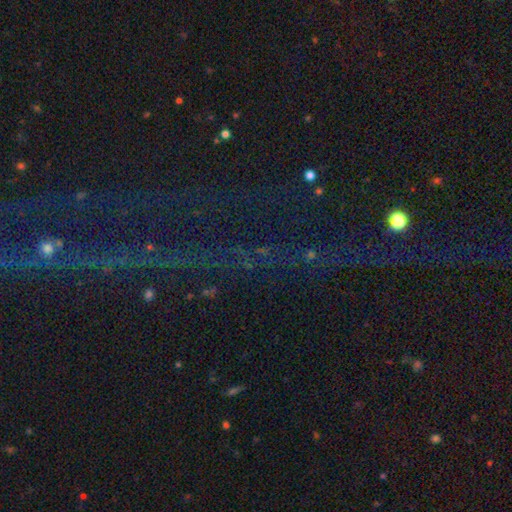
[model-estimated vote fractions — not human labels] smooth-or-featured: star or artifact: 83% | featured or disk: 9% | smooth: 8%